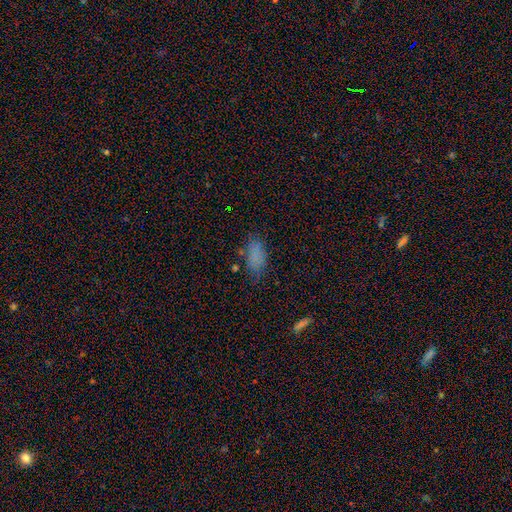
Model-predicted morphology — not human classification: Smooth or featured: smooth — 78% (star or artifact — 14%)
How rounded: in between — 88% (cigar-shaped — 8%)
Merging: none — 68% (minor disturbance — 21%)